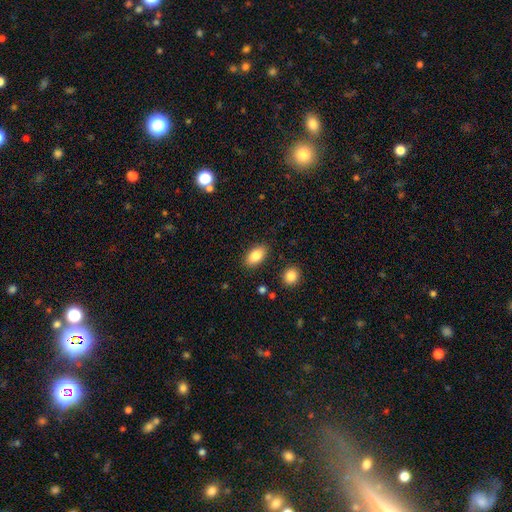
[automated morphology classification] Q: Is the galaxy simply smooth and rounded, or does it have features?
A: smooth — 84%.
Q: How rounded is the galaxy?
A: in between — 91%.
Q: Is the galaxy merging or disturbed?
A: none — 87%.